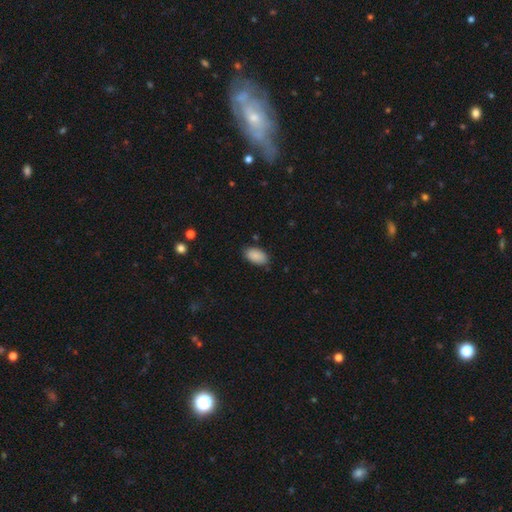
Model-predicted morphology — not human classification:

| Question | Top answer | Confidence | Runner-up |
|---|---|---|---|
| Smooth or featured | smooth | 89% | star or artifact (7%) |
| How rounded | in between | 94% | round (4%) |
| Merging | none | 82% | minor disturbance (14%) |